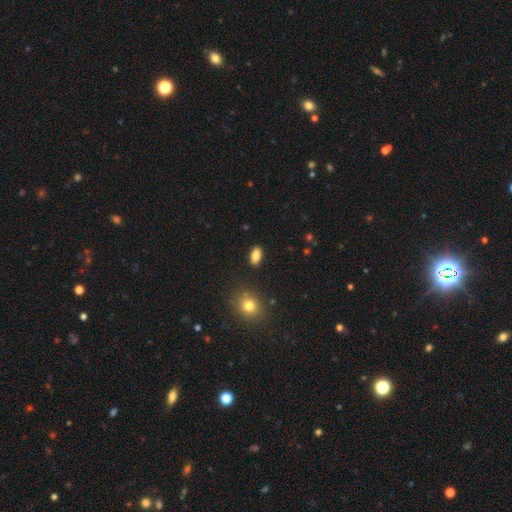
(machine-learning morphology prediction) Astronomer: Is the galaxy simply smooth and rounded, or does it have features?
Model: smooth — 85%.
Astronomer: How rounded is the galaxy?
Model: in between — 91%.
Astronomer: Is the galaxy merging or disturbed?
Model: none — 88%.